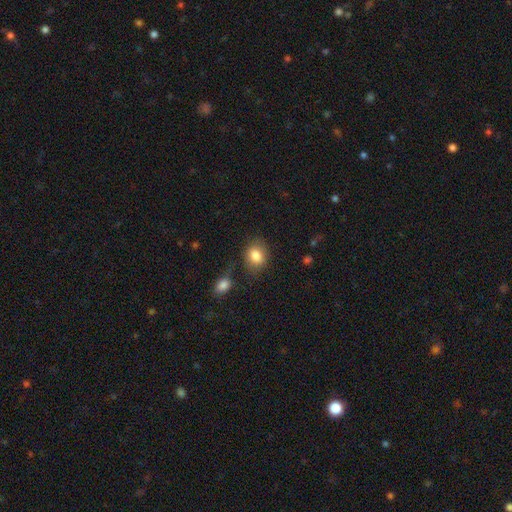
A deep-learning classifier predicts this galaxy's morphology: A smooth galaxy with no disk features (84%) that is round (50%).

Vote fractions:
- Smooth or featured? smooth: 84% / star or artifact: 9% / featured or disk: 7%
- How rounded? round: 50% / in between: 49% / cigar-shaped: 1%
- Merging? none: 72% / minor disturbance: 16% / merger: 7% / major disturbance: 5%